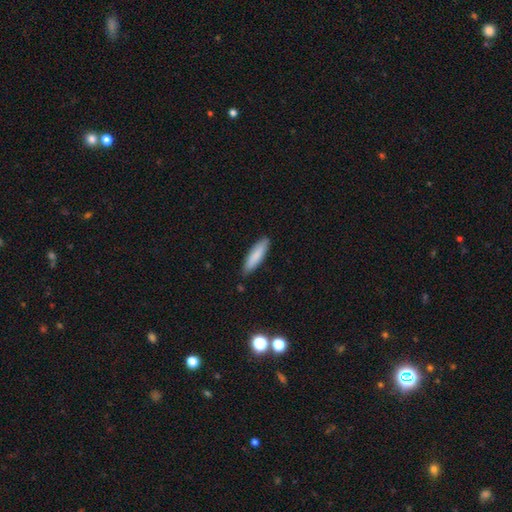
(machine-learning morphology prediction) This is clearly a smooth galaxy (86%). How rounded: likely cigar-shaped (65%). Merging: clearly none (85%).